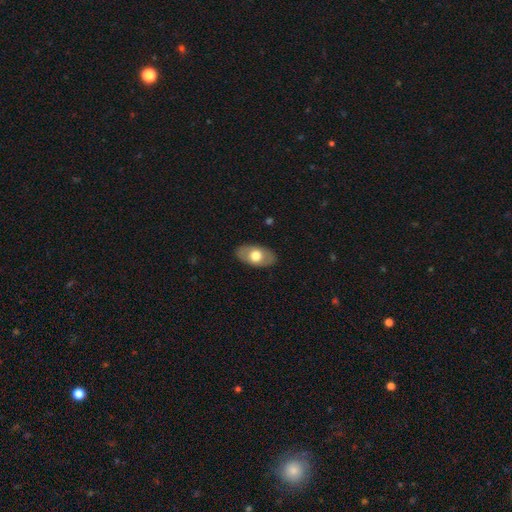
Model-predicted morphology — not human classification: Q: Smooth or featured?
A: smooth (61%); runner-up: featured or disk (34%)
Q: How rounded?
A: in between (92%); runner-up: round (6%)
Q: Merging?
A: none (86%); runner-up: minor disturbance (10%)